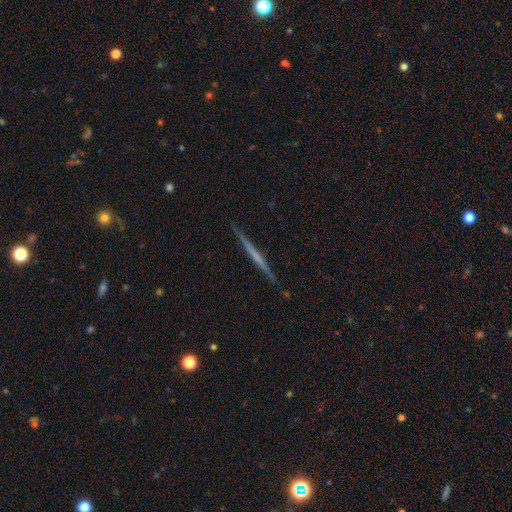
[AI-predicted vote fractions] This appears to be a featured or disk galaxy (60%) viewed edge-on (98%) with no central bulge (85%). Merging: none (91%).